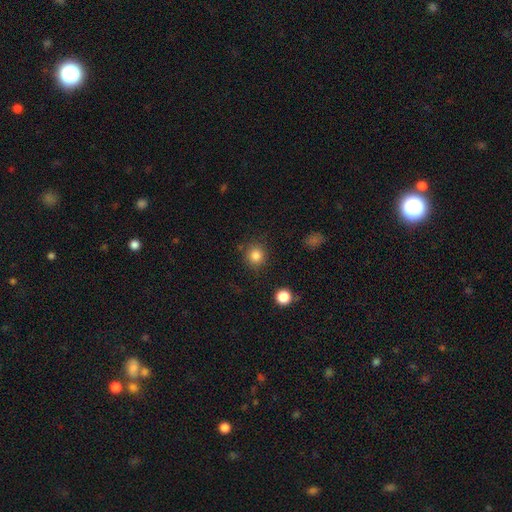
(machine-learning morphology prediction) A smooth galaxy with no disk features (84%) that is round (90%).

Vote fractions:
- Smooth or featured? smooth: 84% / star or artifact: 11% / featured or disk: 5%
- How rounded? round: 90% / in between: 9% / cigar-shaped: 1%
- Merging? none: 86% / minor disturbance: 8% / major disturbance: 3% / merger: 3%